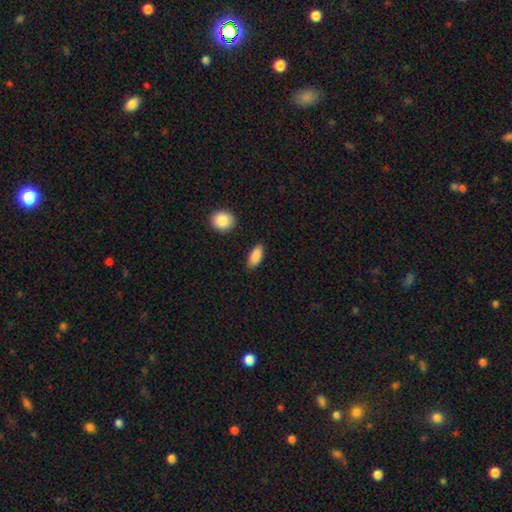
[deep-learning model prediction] smooth 89%, star or artifact 6%, featured or disk 5%. Down the decision tree: how rounded — in between (88%); merging — none (82%).